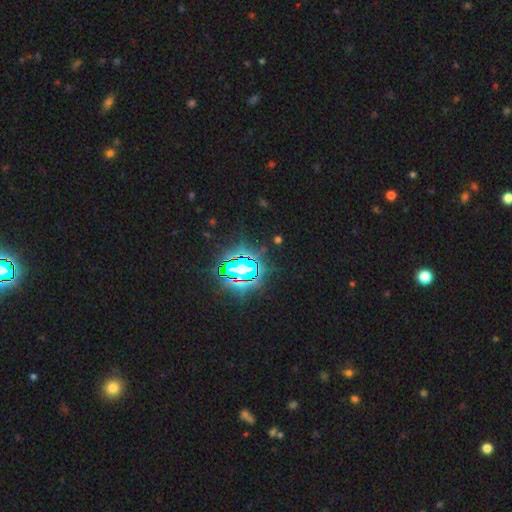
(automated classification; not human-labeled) Morphology: type=star or artifact (83%).